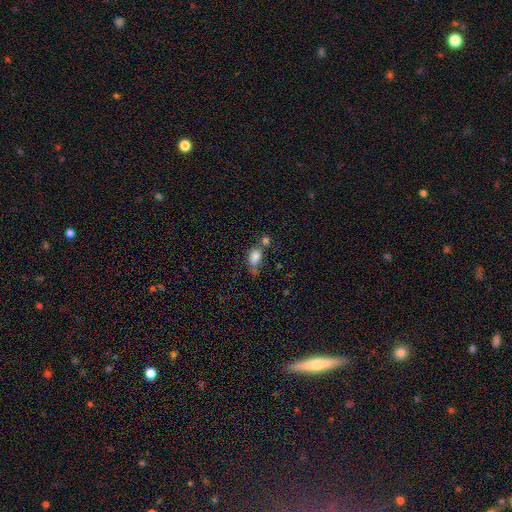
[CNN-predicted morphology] Smooth or featured?
  - smooth: 81% *
  - star or artifact: 11%
  - featured or disk: 8%
How rounded?
  - in between: 75% *
  - round: 22%
  - cigar-shaped: 3%
Merging?
  - none: 38% *
  - merger: 35%
  - minor disturbance: 18%
  - major disturbance: 9%